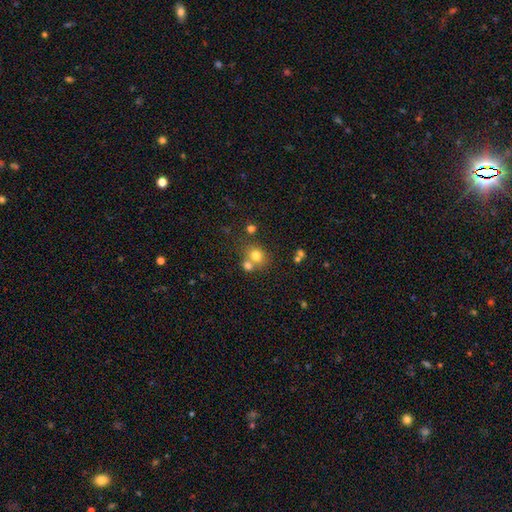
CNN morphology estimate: Smooth or featured: smooth — 74% (star or artifact — 15%)
How rounded: round — 76% (in between — 23%)
Merging: none — 51% (merger — 36%)